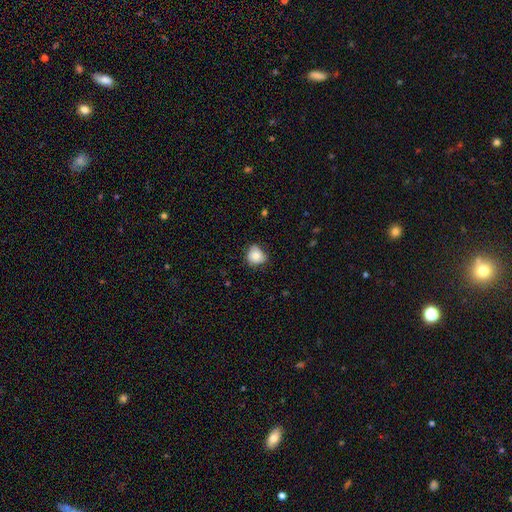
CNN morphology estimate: Q: Smooth or featured?
A: smooth (78%); runner-up: featured or disk (13%)
Q: How rounded?
A: round (73%); runner-up: in between (26%)
Q: Merging?
A: none (62%); runner-up: minor disturbance (31%)